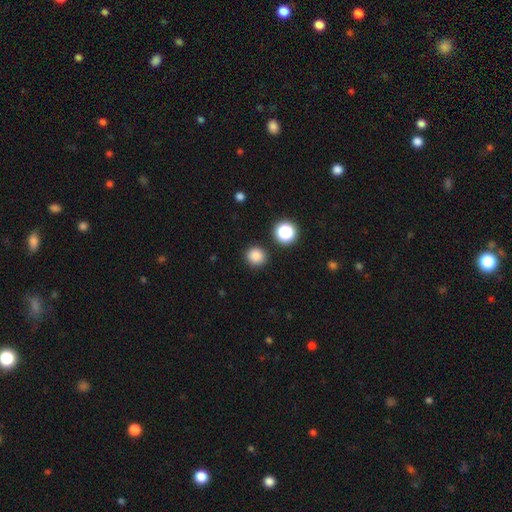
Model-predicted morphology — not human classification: smooth 84%, star or artifact 12%, featured or disk 4%. Down the decision tree: how rounded — round (92%); merging — none (90%).